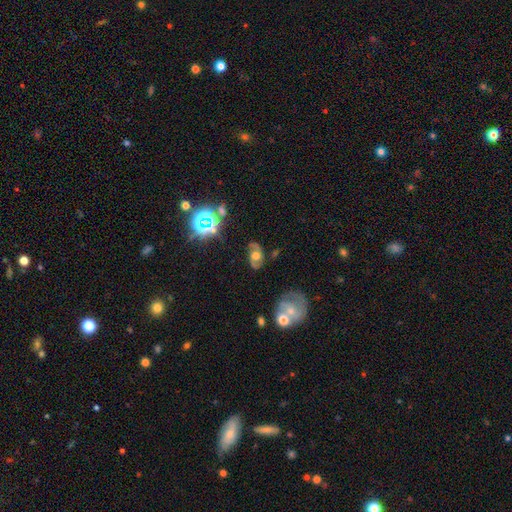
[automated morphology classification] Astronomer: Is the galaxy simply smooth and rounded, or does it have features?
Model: featured or disk — 66%.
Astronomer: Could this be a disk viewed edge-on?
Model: no — 95%.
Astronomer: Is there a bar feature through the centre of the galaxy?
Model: no — 67%.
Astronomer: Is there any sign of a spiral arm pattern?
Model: yes — 83%.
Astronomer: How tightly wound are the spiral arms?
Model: medium — 47% (runner-up: loose, 31%).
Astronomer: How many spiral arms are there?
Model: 2 — 86%.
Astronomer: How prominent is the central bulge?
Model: moderate — 54% (runner-up: large, 32%).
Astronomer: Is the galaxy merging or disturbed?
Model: none — 73%.